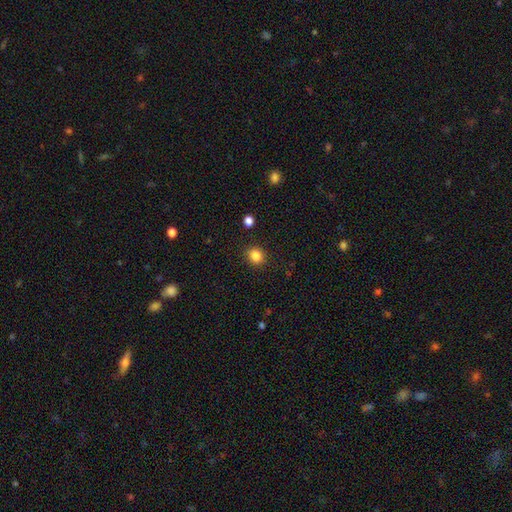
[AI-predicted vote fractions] smooth_or_featured: smooth (p=0.84) [alt: star or artifact p=0.11]
how_rounded: round (p=0.74) [alt: in between p=0.25]
merging: none (p=0.89) [alt: minor disturbance p=0.07]